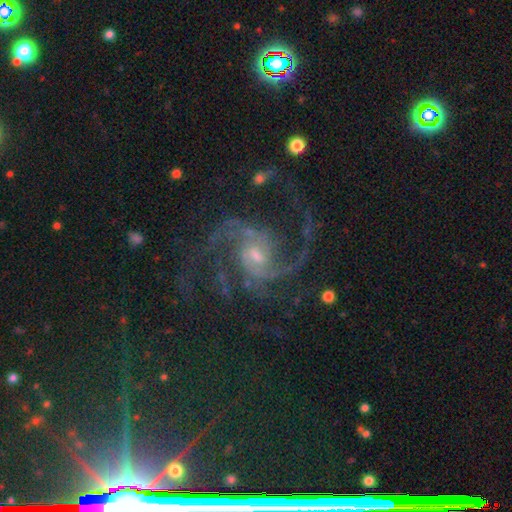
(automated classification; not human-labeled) Smooth or featured?
  - featured or disk: 91% *
  - star or artifact: 6%
  - smooth: 3%
Edge-on disk?
  - no: 98% *
  - yes: 2%
Bar?
  - weak: 56% *
  - no: 29%
  - strong: 15%
Spiral arms?
  - yes: 98% *
  - no: 2%
Spiral winding?
  - medium: 50% *
  - loose: 37%
  - tight: 12%
Spiral arm count?
  - 2: 59% *
  - 3: 15%
  - can't tell: 8%
  - 4: 7%
  - 1: 6%
  - more than 4: 6%
Bulge size?
  - small: 49% *
  - moderate: 41%
  - none: 5%
  - large: 3%
  - dominant: 1%
Merging?
  - none: 64% *
  - major disturbance: 18%
  - minor disturbance: 16%
  - merger: 3%